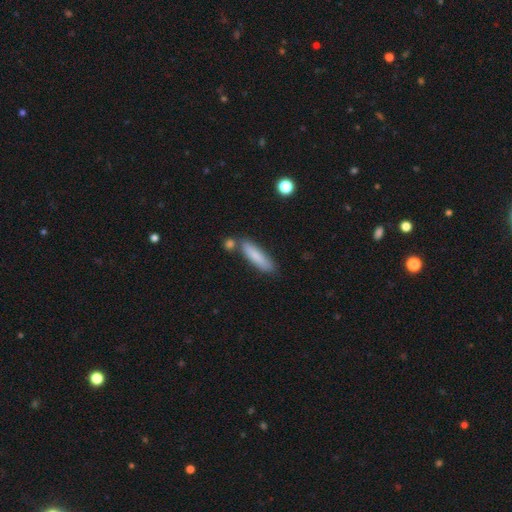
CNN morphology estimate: A smooth galaxy with no disk features (81%) that is cigar-shaped (77%).

Vote fractions:
- Smooth or featured? smooth: 81% / featured or disk: 13% / star or artifact: 6%
- How rounded? cigar-shaped: 77% / in between: 21% / round: 2%
- Merging? none: 73% / minor disturbance: 14% / merger: 11% / major disturbance: 3%